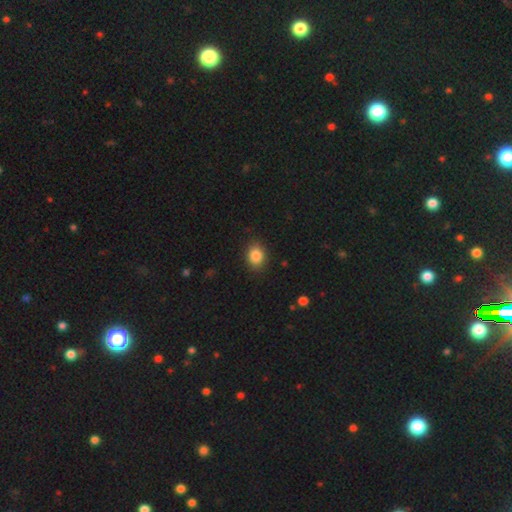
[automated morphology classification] A smooth galaxy with no disk features (85%) that is in between round and cigar-shaped (54%).

Vote fractions:
- Smooth or featured? smooth: 85% / star or artifact: 10% / featured or disk: 5%
- How rounded? in between: 54% / round: 45% / cigar-shaped: 1%
- Merging? none: 87% / minor disturbance: 10% / major disturbance: 2% / merger: 1%